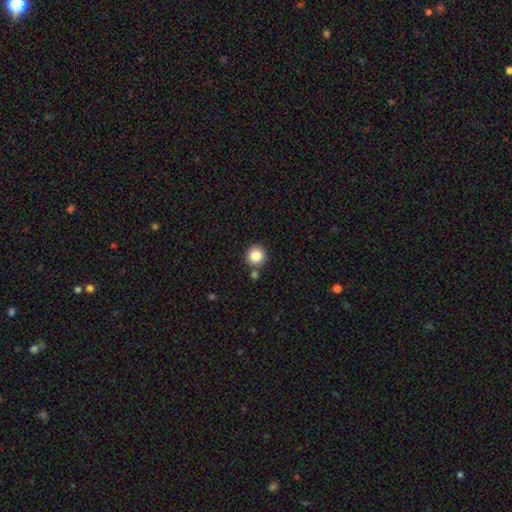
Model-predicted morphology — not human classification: This is clearly a smooth galaxy (85%). How rounded: clearly round (95%). Merging: clearly none (81%).